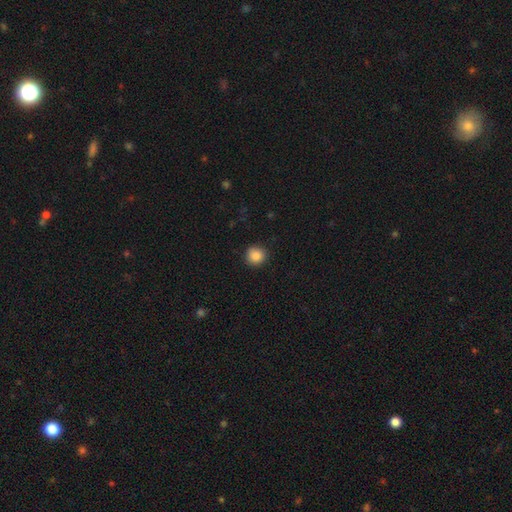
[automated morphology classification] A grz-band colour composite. It shows a smooth galaxy with no disk features (86%) that is round (93%). Merging: none (89%).